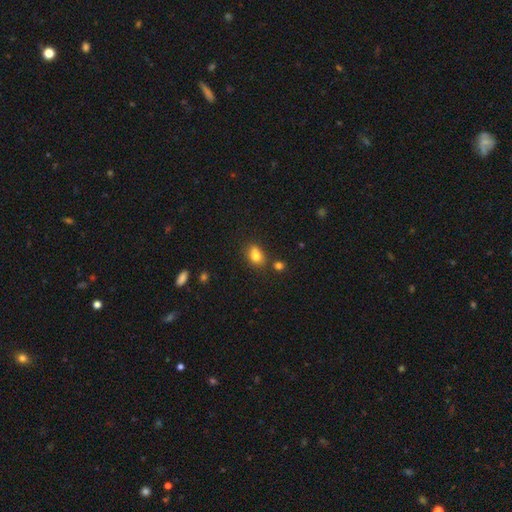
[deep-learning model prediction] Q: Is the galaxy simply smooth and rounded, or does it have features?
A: smooth — 77%.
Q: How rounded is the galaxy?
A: in between — 62%.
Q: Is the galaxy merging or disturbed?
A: none — 50%.